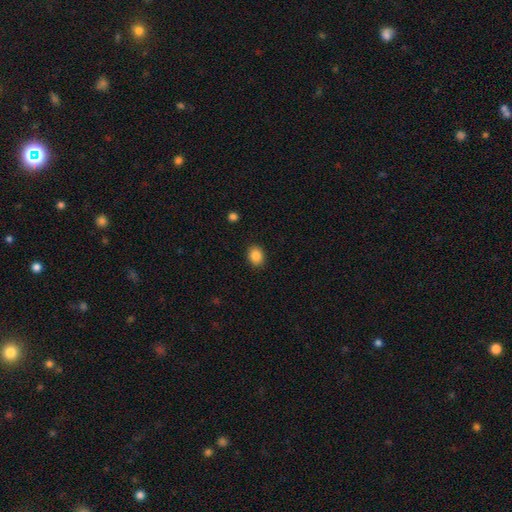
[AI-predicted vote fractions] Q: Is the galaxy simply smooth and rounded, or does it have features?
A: smooth — 86%.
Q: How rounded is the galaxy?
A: round — 54%.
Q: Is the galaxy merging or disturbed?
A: none — 90%.